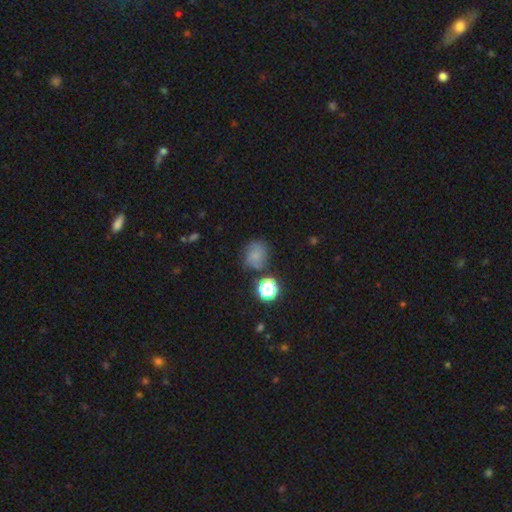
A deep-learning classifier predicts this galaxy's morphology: Smooth or featured? Predicted: smooth (p=0.69). How rounded? Predicted: round (p=0.72). Merging? Predicted: none (p=0.65).